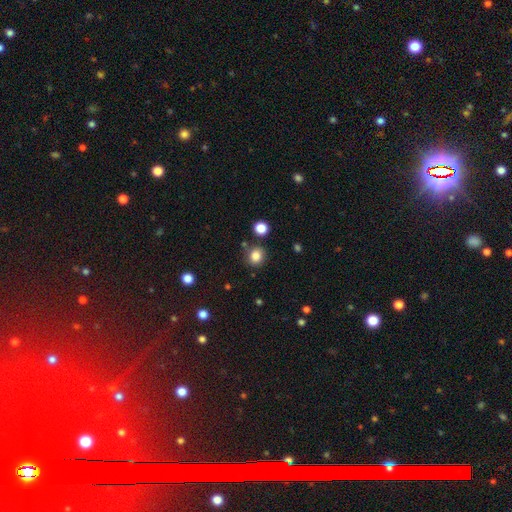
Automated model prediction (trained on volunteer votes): Smooth or featured?
  - smooth: 83% *
  - star or artifact: 12%
  - featured or disk: 5%
How rounded?
  - round: 80% *
  - in between: 19%
  - cigar-shaped: 1%
Merging?
  - none: 81% *
  - minor disturbance: 10%
  - merger: 6%
  - major disturbance: 3%